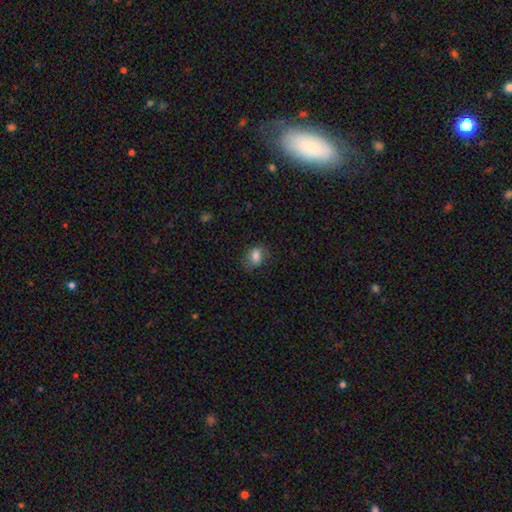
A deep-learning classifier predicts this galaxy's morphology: type=smooth (82%); roundness=in between (75%); merging=none (71%).